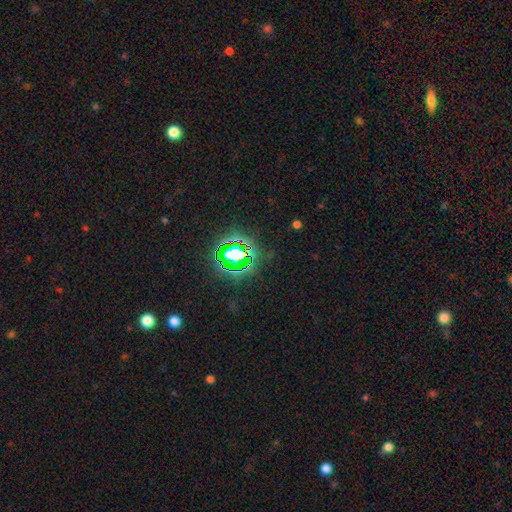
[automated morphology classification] This is clearly a star or artifact rather than a galaxy (82%).